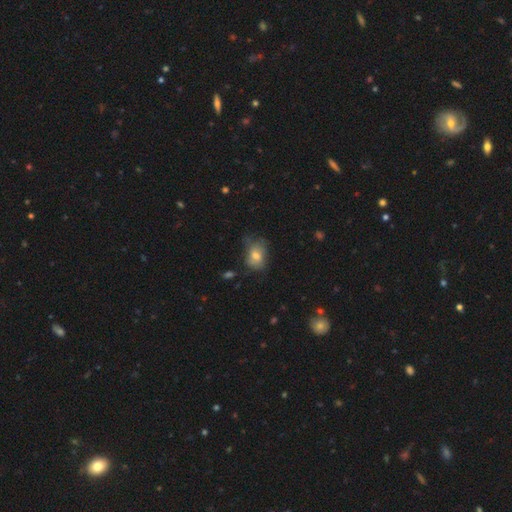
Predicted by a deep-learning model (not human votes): smooth 64%, featured or disk 25%, star or artifact 11%. Down the decision tree: how rounded — in between (70%); merging — none (49%).